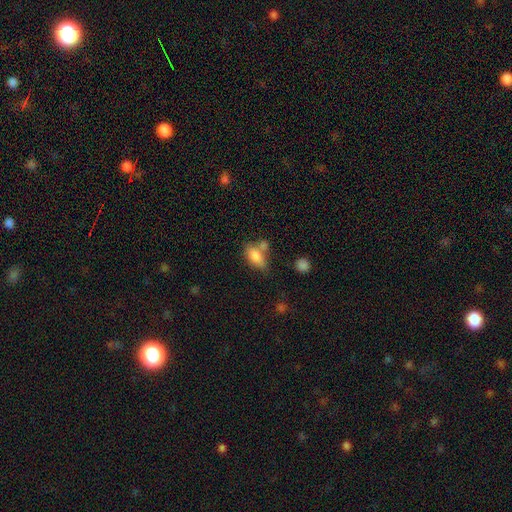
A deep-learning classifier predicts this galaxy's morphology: Q: Smooth or featured?
A: smooth (80%); runner-up: featured or disk (11%)
Q: How rounded?
A: in between (86%); runner-up: cigar-shaped (10%)
Q: Merging?
A: none (51%); runner-up: merger (25%)